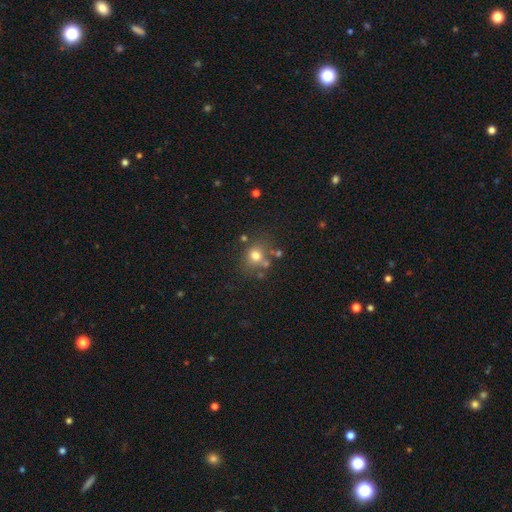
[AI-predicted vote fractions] Smooth or featured: smooth — 71% (star or artifact — 16%)
How rounded: round — 72% (in between — 27%)
Merging: none — 63% (minor disturbance — 15%)